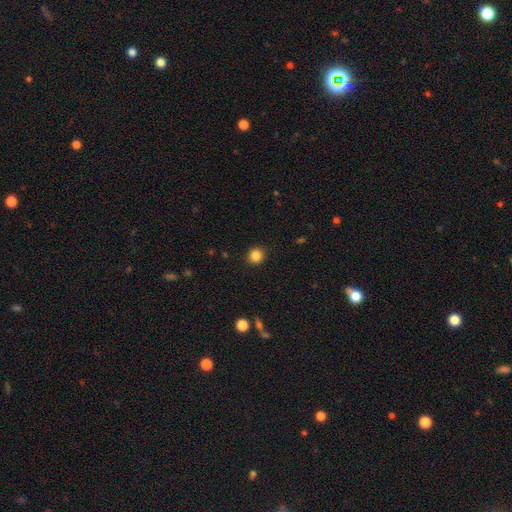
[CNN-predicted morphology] This appears to be a smooth galaxy with no disk features (85%) that is round (89%). Merging: none (91%).